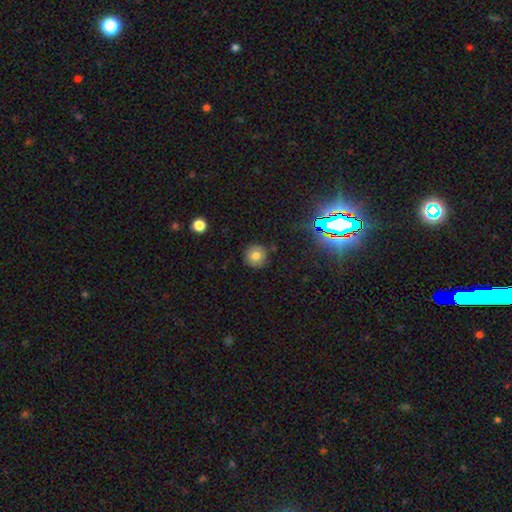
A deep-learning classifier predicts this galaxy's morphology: This is likely a smooth galaxy (75%). How rounded: clearly round (94%). Merging: clearly none (88%).